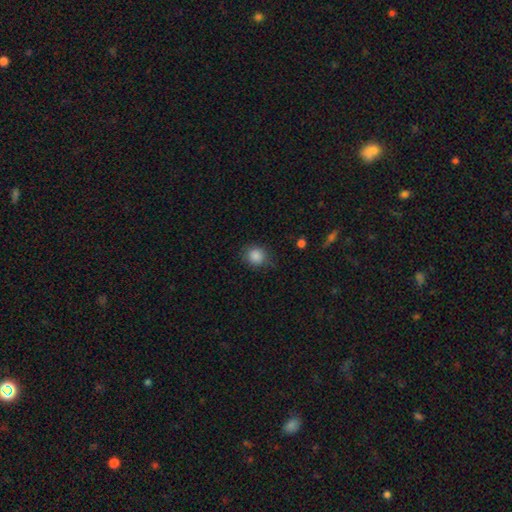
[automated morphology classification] Overall: smooth (86%). How rounded: round (83%). Merging: none (78%).